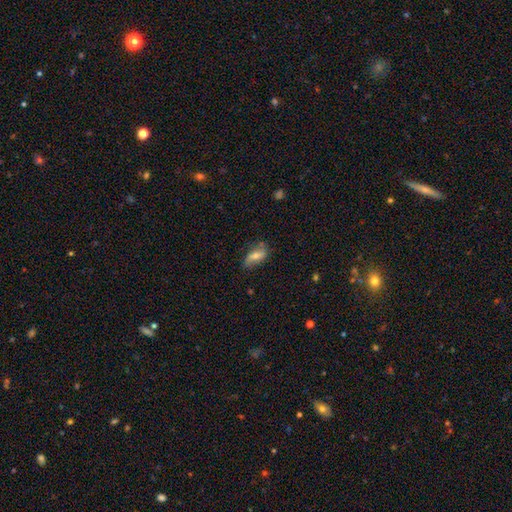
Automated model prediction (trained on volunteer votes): Smooth or featured?
  - smooth: 55% *
  - featured or disk: 37%
  - star or artifact: 8%
How rounded?
  - in between: 79% *
  - cigar-shaped: 16%
  - round: 5%
Merging?
  - none: 60% *
  - minor disturbance: 28%
  - major disturbance: 9%
  - merger: 3%